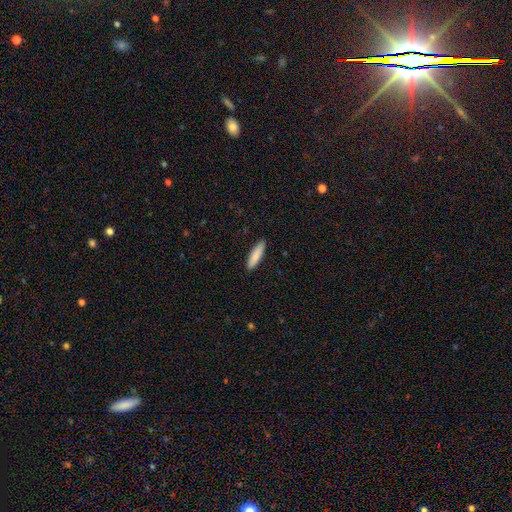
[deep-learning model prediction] Smooth or featured: smooth — 86% (featured or disk — 8%)
How rounded: cigar-shaped — 75% (in between — 24%)
Merging: none — 90% (minor disturbance — 7%)